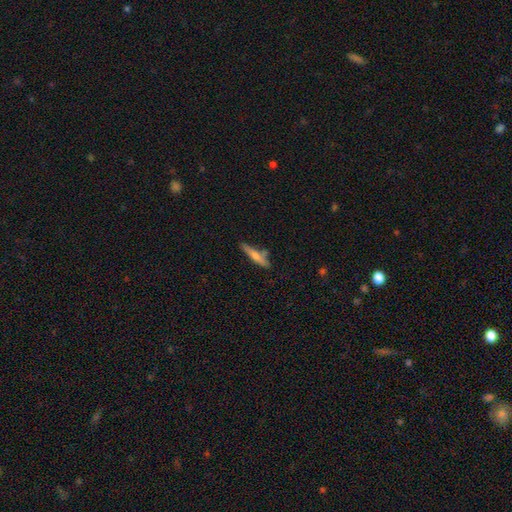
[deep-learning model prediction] A smooth galaxy with no disk features (53%) that is cigar-shaped (88%).

Vote fractions:
- Smooth or featured? smooth: 53% / featured or disk: 40% / star or artifact: 7%
- How rounded? cigar-shaped: 88% / in between: 10% / round: 2%
- Merging? none: 72% / minor disturbance: 17% / merger: 8% / major disturbance: 4%